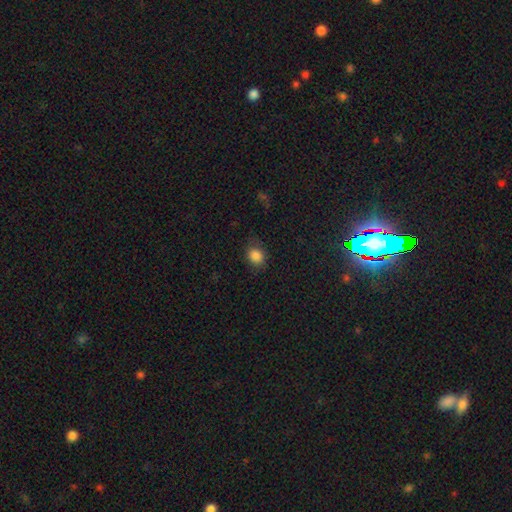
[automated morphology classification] This is clearly a smooth galaxy (85%). How rounded: possibly round (58%). Merging: likely none (78%).